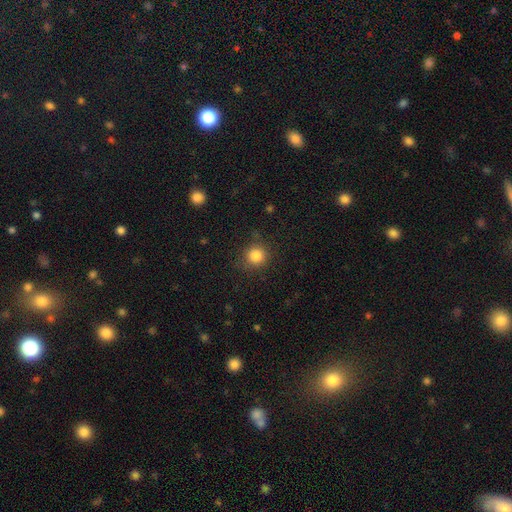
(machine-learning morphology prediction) smooth-or-featured: smooth: 85% | star or artifact: 11% | featured or disk: 5%
  how-rounded: round: 92% | in between: 7% | cigar-shaped: 1%
  merging: none: 82% | minor disturbance: 12% | major disturbance: 4% | merger: 1%